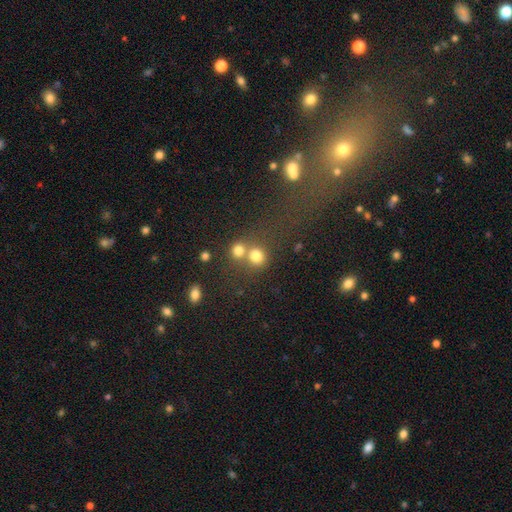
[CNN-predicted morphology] Smooth or featured? Predicted: smooth (p=0.77). How rounded? Predicted: round (p=0.85). Merging? Predicted: none (p=0.47).